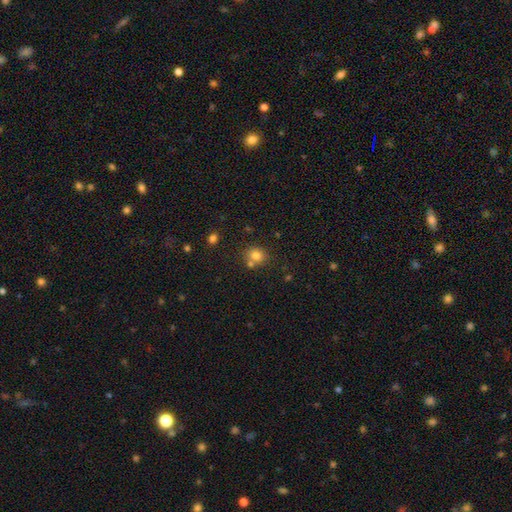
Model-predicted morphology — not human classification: smooth_or_featured: smooth (p=0.78) [alt: star or artifact p=0.13]
how_rounded: round (p=0.78) [alt: in between p=0.21]
merging: none (p=0.64) [alt: merger p=0.22]